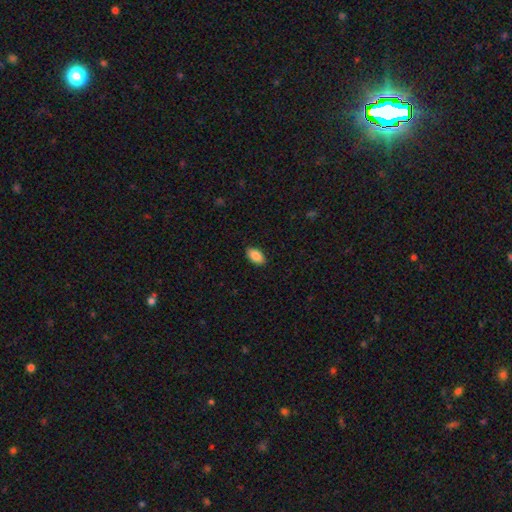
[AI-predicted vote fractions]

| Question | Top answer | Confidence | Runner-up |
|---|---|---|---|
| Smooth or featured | smooth | 88% | star or artifact (7%) |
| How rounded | in between | 94% | round (4%) |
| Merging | none | 89% | minor disturbance (8%) |